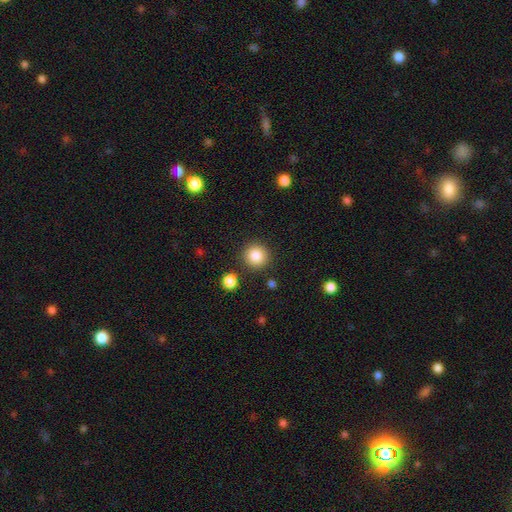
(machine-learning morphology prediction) Smooth or featured?
  - smooth: 86% *
  - star or artifact: 10%
  - featured or disk: 4%
How rounded?
  - round: 94% *
  - in between: 5%
  - cigar-shaped: 1%
Merging?
  - none: 88% *
  - minor disturbance: 7%
  - merger: 3%
  - major disturbance: 3%